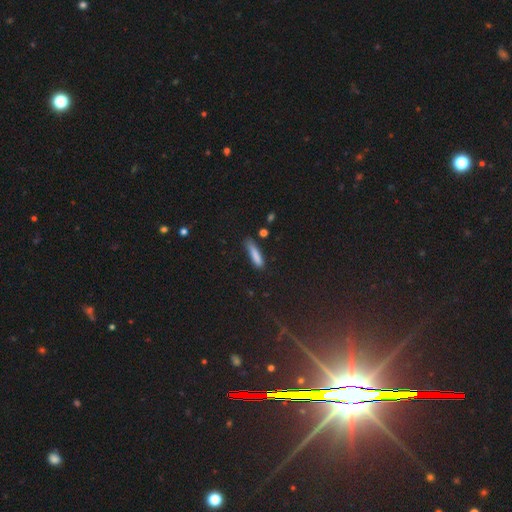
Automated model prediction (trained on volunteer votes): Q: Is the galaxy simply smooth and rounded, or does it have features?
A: smooth — 83%.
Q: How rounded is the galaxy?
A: cigar-shaped — 83%.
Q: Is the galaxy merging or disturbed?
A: none — 70%.